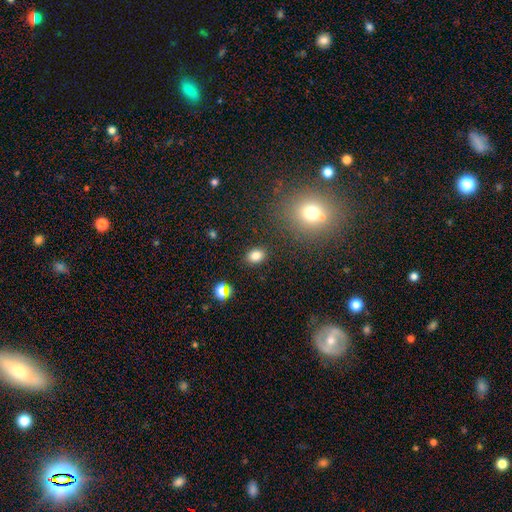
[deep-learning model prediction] smooth 82%, star or artifact 12%, featured or disk 6%. Down the decision tree: how rounded — in between (64%); merging — none (87%).